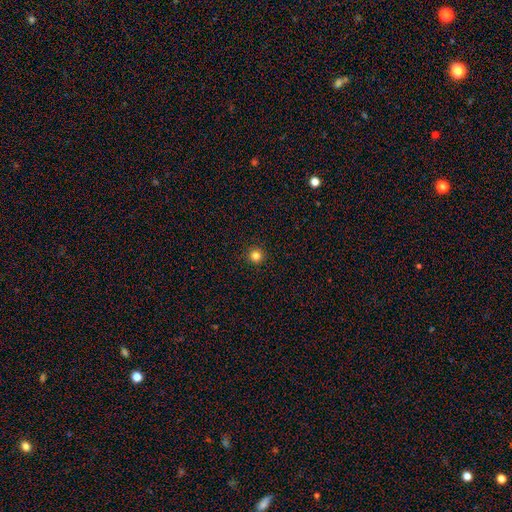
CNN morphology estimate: smooth-or-featured: smooth: 82% | star or artifact: 13% | featured or disk: 4%
  how-rounded: round: 96% | in between: 3% | cigar-shaped: 1%
  merging: none: 93% | minor disturbance: 5% | major disturbance: 2% | merger: 1%